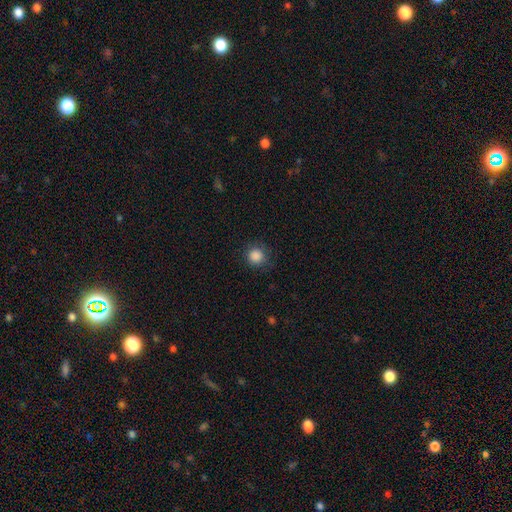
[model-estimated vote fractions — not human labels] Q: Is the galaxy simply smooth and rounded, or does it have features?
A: smooth — 87%.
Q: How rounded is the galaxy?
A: round — 93%.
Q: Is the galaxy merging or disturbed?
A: none — 82%.